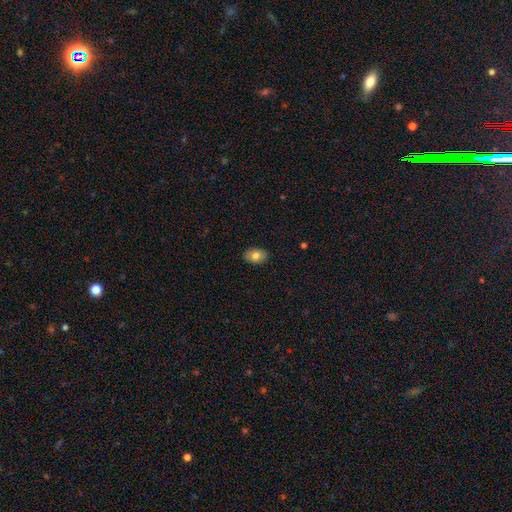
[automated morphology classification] smooth-or-featured: smooth: 79% | featured or disk: 14% | star or artifact: 7%
  how-rounded: in between: 86% | round: 13% | cigar-shaped: 1%
  merging: none: 88% | minor disturbance: 9% | major disturbance: 2% | merger: 1%